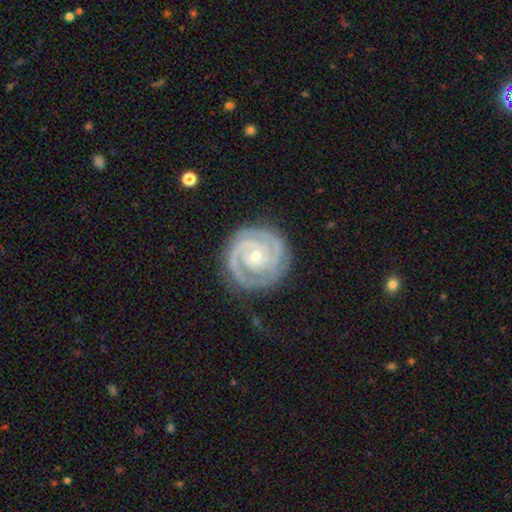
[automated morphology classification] A featured or disk galaxy (90%) with no bar (69%), 2 (64%) tight (80%) spiral arms (98%) and a small central bulge (76%). Merging: none (82%).